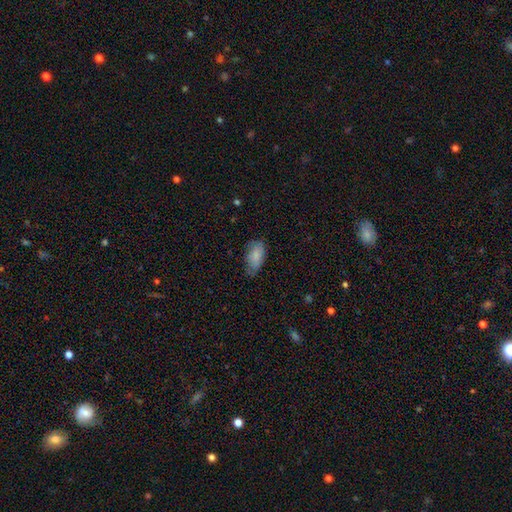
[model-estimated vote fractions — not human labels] smooth 78%, featured or disk 15%, star or artifact 7%. Down the decision tree: how rounded — in between (91%); merging — none (60%).